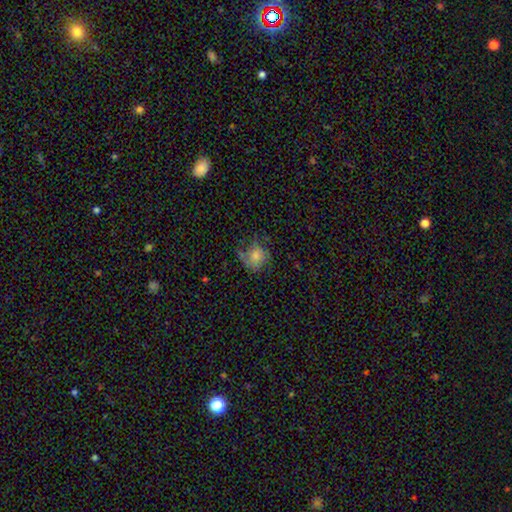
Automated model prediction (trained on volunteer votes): Morphology: type=smooth (60%); roundness=round (73%); merging=none (54%).